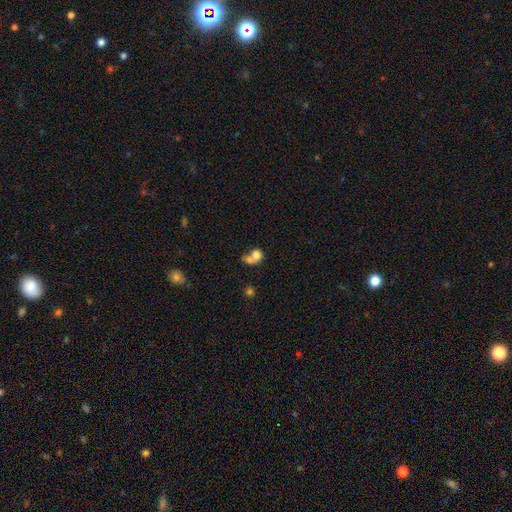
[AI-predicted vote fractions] This appears to be a smooth galaxy with no disk features (73%) that is round (60%). Merging: merger (63%).